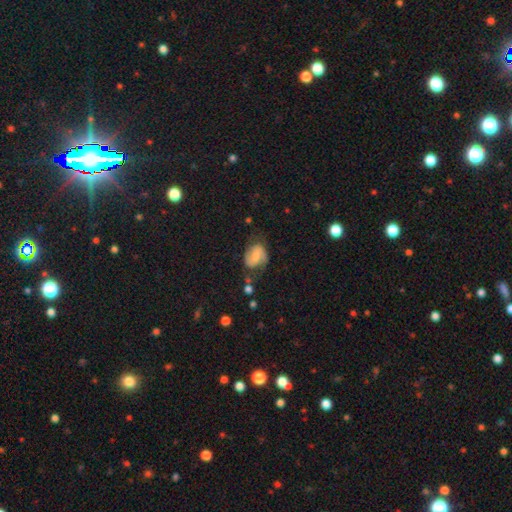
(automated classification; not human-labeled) Smooth or featured?
  - featured or disk: 55% *
  - smooth: 37%
  - star or artifact: 8%
Edge-on disk?
  - no: 97% *
  - yes: 3%
Bar?
  - weak: 43% *
  - no: 41%
  - strong: 16%
Spiral arms?
  - yes: 88% *
  - no: 12%
Bulge size?
  - small: 42% *
  - moderate: 28%
  - none: 22%
  - large: 5%
  - dominant: 2%
Merging?
  - none: 55% *
  - minor disturbance: 27%
  - major disturbance: 14%
  - merger: 4%